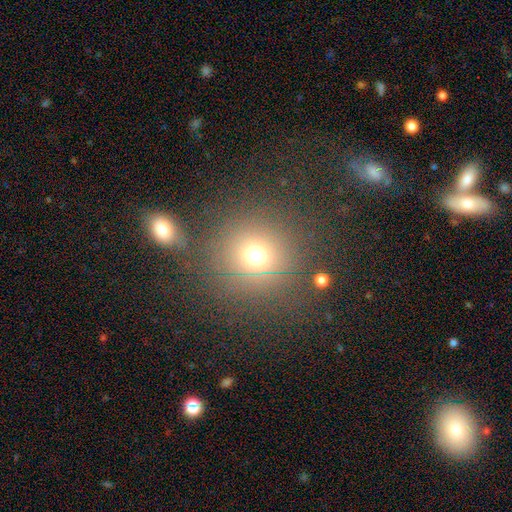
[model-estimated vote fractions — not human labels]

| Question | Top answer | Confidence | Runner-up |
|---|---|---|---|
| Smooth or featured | smooth | 71% | star or artifact (18%) |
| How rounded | round | 91% | in between (8%) |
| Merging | none | 77% | minor disturbance (9%) |